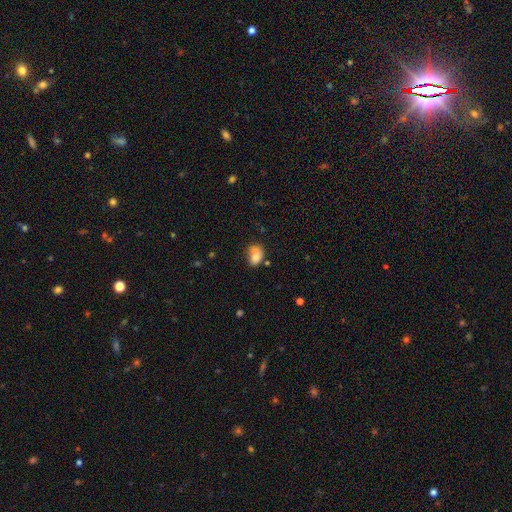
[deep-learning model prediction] Smooth or featured? Predicted: smooth (p=0.70). How rounded? Predicted: in between (p=0.66). Merging? Predicted: merger (p=0.45).